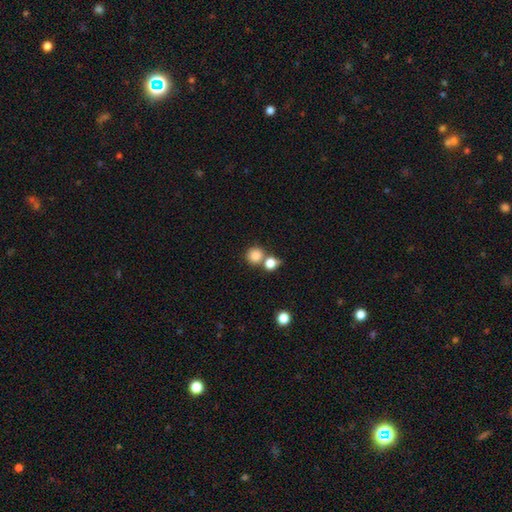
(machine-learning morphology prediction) Smooth or featured: smooth — 83% (star or artifact — 11%)
How rounded: round — 89% (in between — 10%)
Merging: none — 58% (merger — 31%)